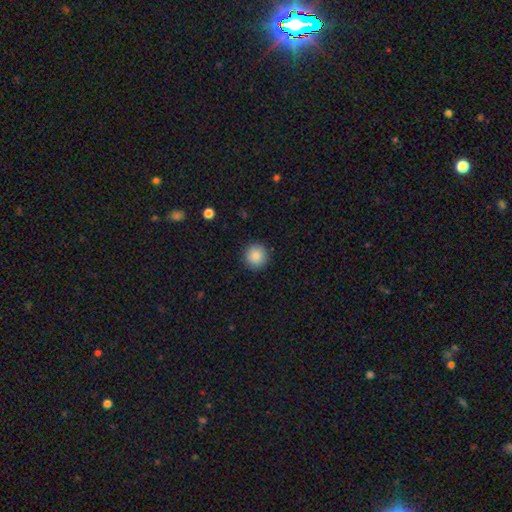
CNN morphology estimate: smooth-or-featured: smooth: 87% | star or artifact: 9% | featured or disk: 4%
  how-rounded: round: 95% | in between: 4% | cigar-shaped: 1%
  merging: none: 92% | minor disturbance: 5% | major disturbance: 2% | merger: 1%